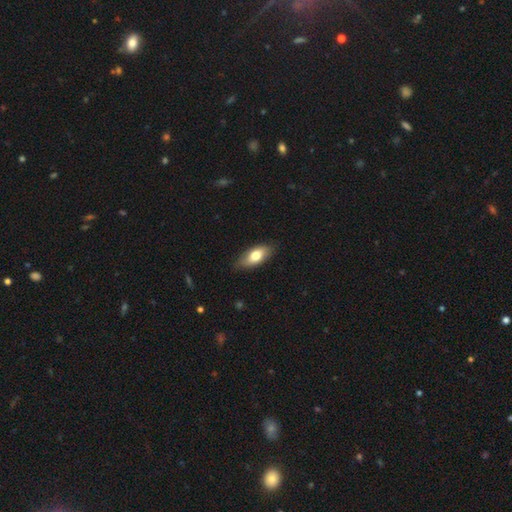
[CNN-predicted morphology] type=smooth (73%); roundness=in between (86%); merging=none (82%).